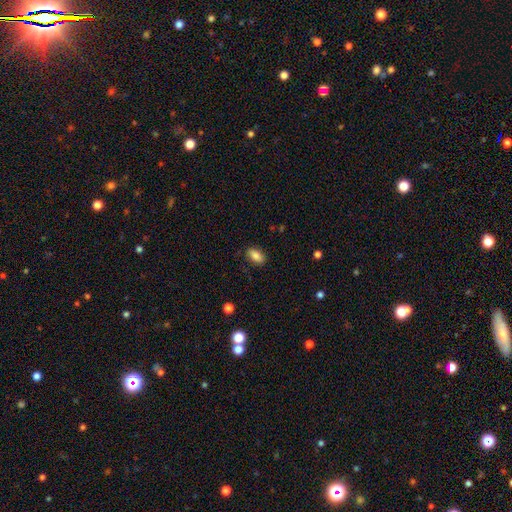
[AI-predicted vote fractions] Smooth or featured? smooth (84%)
How rounded? in between (90%)
Merging? none (85%)